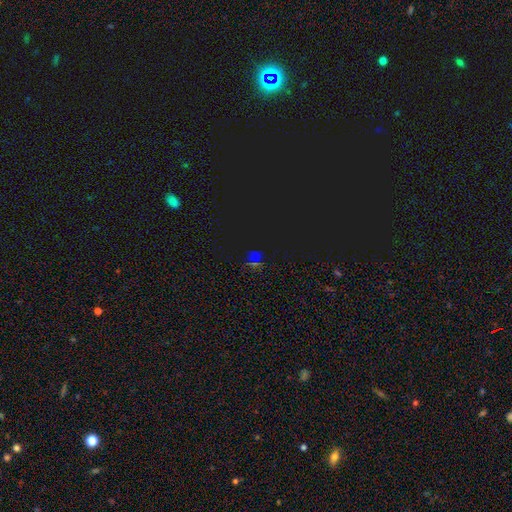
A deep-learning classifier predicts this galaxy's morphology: Smooth or featured?
  - star or artifact: 69% *
  - smooth: 23%
  - featured or disk: 8%